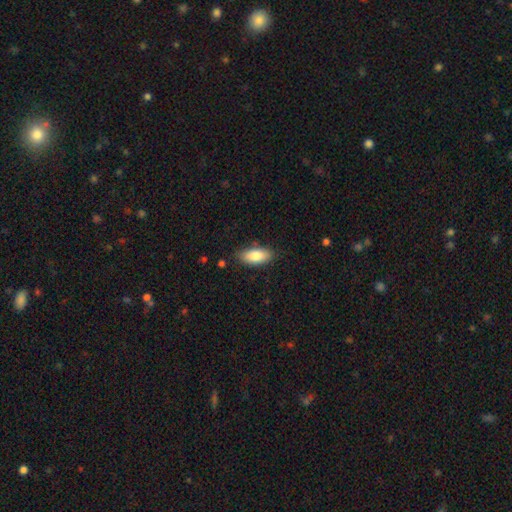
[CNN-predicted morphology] This is clearly a smooth galaxy (82%). How rounded: clearly in between (88%). Merging: clearly none (83%).